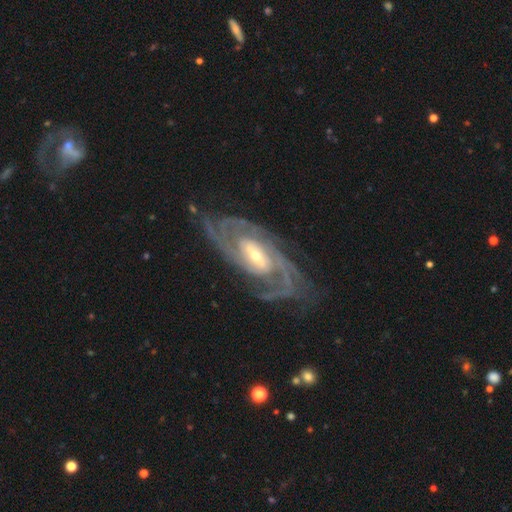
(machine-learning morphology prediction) smooth_or_featured: featured or disk (p=0.91) [alt: star or artifact p=0.05]
disk_edge_on: no (p=0.95) [alt: yes p=0.05]
bar: weak (p=0.41) [alt: strong p=0.31]
has_spiral_arms: yes (p=0.98) [alt: no p=0.02]
spiral_winding: tight (p=0.60) [alt: medium p=0.33]
spiral_arm_count: 2 (p=0.33) [alt: 3 p=0.22]
bulge_size: small (p=0.57) [alt: moderate p=0.37]
merging: none (p=0.72) [alt: minor disturbance p=0.17]